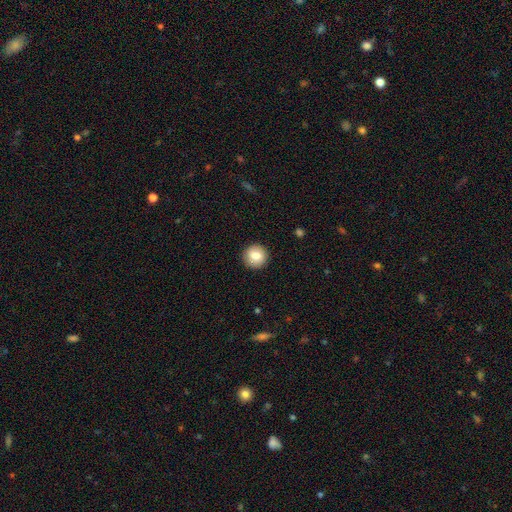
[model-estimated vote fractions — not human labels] Smooth or featured?
  - smooth: 81% *
  - featured or disk: 11%
  - star or artifact: 9%
How rounded?
  - round: 95% *
  - in between: 4%
  - cigar-shaped: 1%
Merging?
  - none: 91% *
  - minor disturbance: 6%
  - major disturbance: 2%
  - merger: 1%